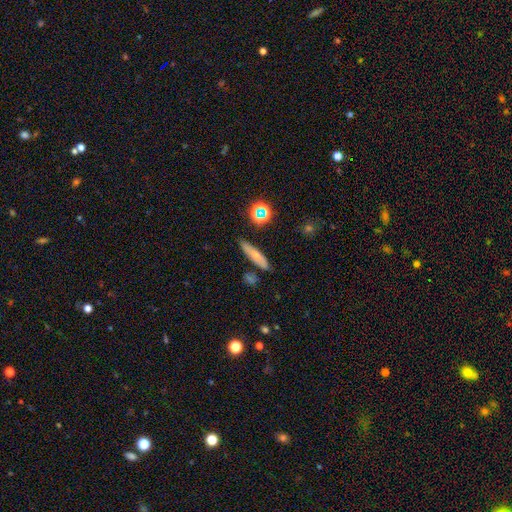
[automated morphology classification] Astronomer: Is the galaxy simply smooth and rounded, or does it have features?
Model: smooth — 64%.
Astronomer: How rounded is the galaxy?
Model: cigar-shaped — 73%.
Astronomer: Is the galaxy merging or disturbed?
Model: none — 74%.